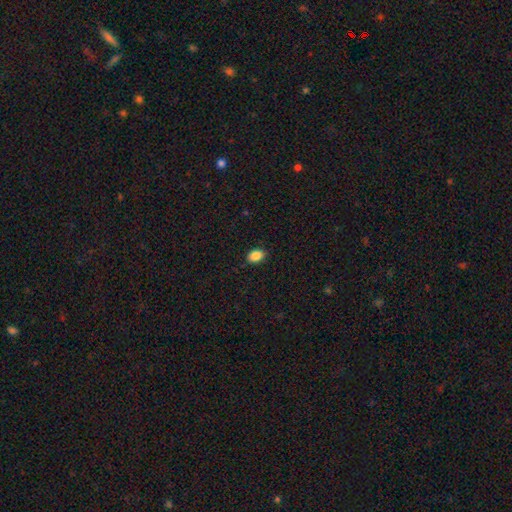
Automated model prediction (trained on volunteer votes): A smooth galaxy with no disk features (88%) that is in between round and cigar-shaped (82%). Merging: none (87%).